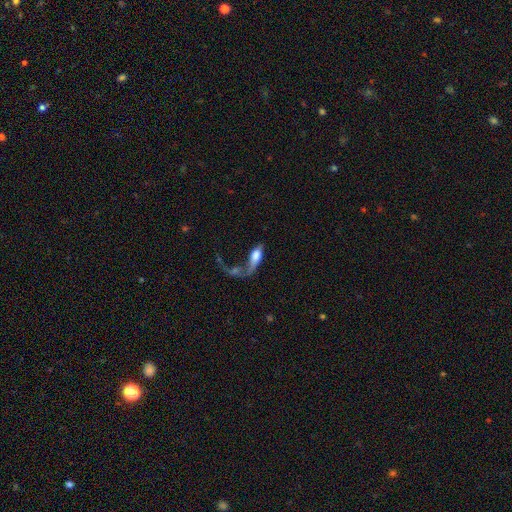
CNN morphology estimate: This is possibly a smooth galaxy (56%). How rounded: likely in between (72%). Merging: marginally major disturbance (39%).